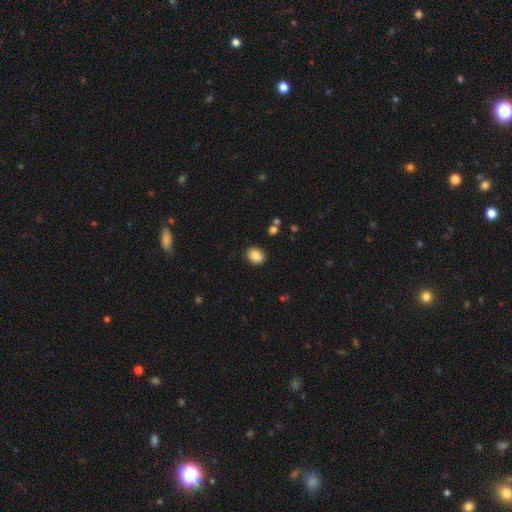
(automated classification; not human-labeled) Overall: smooth (88%). How rounded: in between (62%; round 37%). Merging: none (87%).